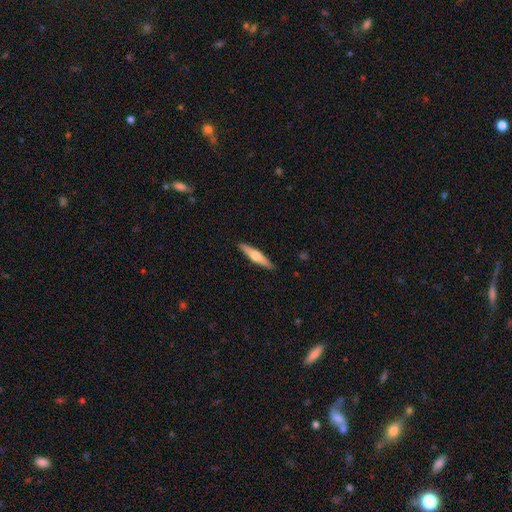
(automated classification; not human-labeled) A featured or disk galaxy (53%) viewed edge-on (95%) with a rounded central bulge (92%).

Vote fractions:
- Smooth or featured? featured or disk: 53% / smooth: 42% / star or artifact: 5%
- Edge-on disk? yes: 95% / no: 5%
- Edge-on bulge? rounded: 92% / none: 4% / boxy: 4%
- Merging? none: 90% / minor disturbance: 7% / major disturbance: 1% / merger: 1%